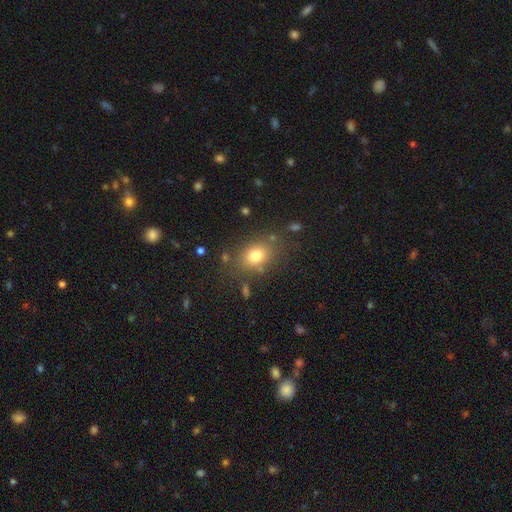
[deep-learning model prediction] The model was most divided on "how rounded": in between: 60%, round: 39%, cigar-shaped: 1%. More confident: merging — none (78%); smooth or featured — smooth (77%).